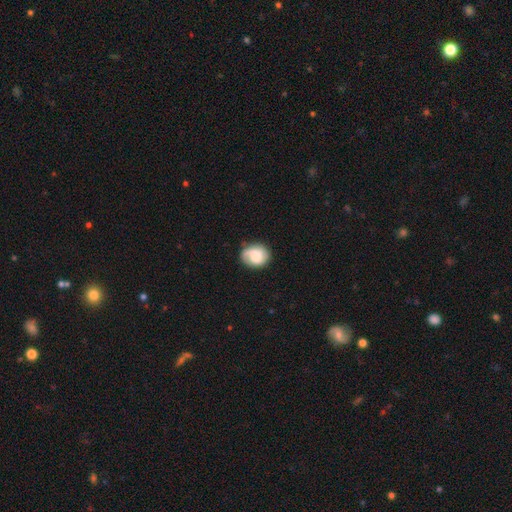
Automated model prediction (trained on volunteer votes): smooth 58%, featured or disk 34%, star or artifact 8%. Down the decision tree: how rounded — round (61%); merging — none (68%).